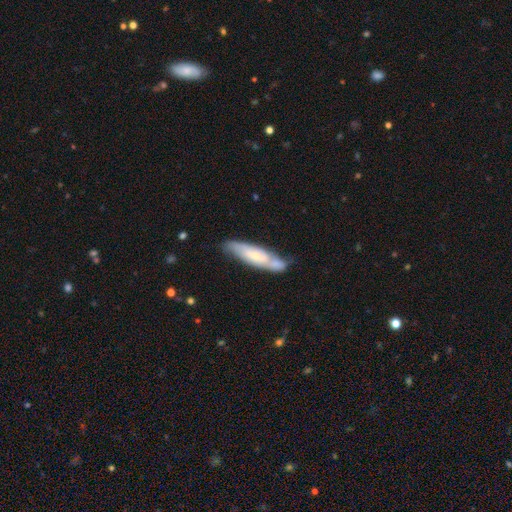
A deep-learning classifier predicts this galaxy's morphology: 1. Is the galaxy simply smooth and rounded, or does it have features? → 53% featured or disk, 41% smooth, 7% star or artifact.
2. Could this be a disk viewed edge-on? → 65% no, 35% yes.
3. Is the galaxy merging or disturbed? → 61% none, 21% minor disturbance, 13% merger, 5% major disturbance.